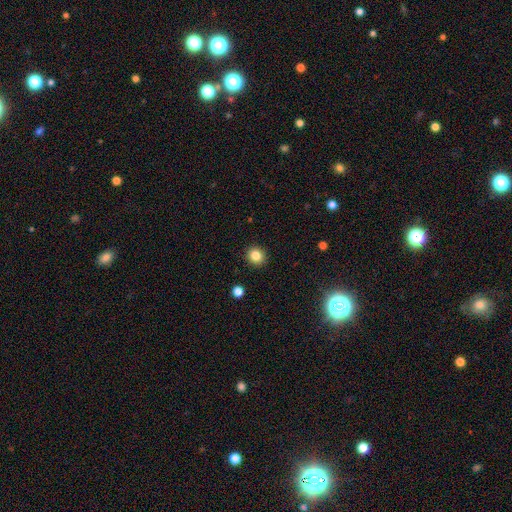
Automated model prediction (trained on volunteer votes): The model was most divided on "smooth or featured": smooth: 84%, star or artifact: 11%, featured or disk: 5%. More confident: merging — none (92%); how rounded — round (90%).